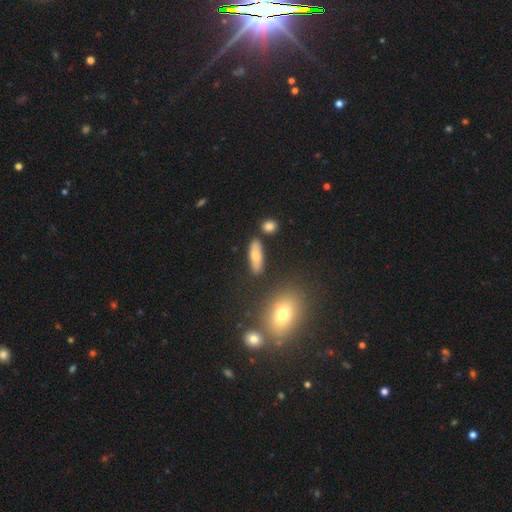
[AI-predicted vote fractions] smooth 67%, featured or disk 26%, star or artifact 8%. Down the decision tree: how rounded — in between (52%); merging — none (81%).